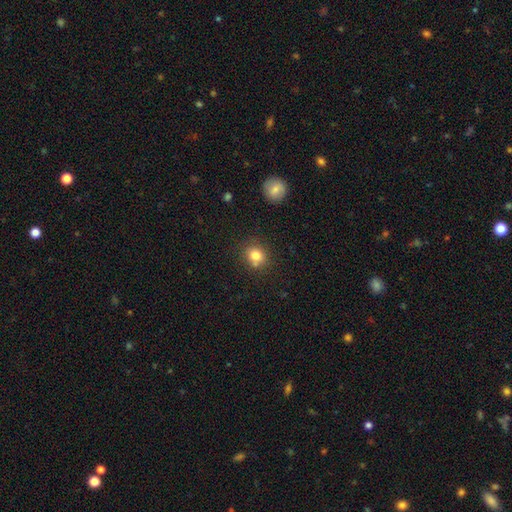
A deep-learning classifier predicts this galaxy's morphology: smooth-or-featured: smooth: 80% | star or artifact: 12% | featured or disk: 9%
  how-rounded: round: 74% | in between: 25% | cigar-shaped: 1%
  merging: none: 72% | minor disturbance: 13% | merger: 11% | major disturbance: 4%